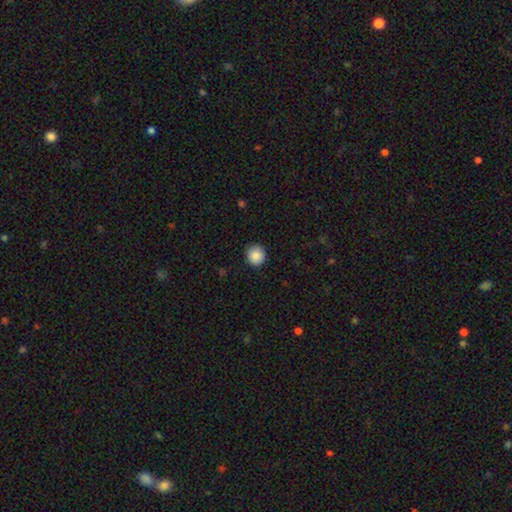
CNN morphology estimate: smooth_or_featured: smooth (p=0.88) [alt: star or artifact p=0.08]
how_rounded: round (p=0.93) [alt: in between p=0.07]
merging: none (p=0.89) [alt: minor disturbance p=0.08]